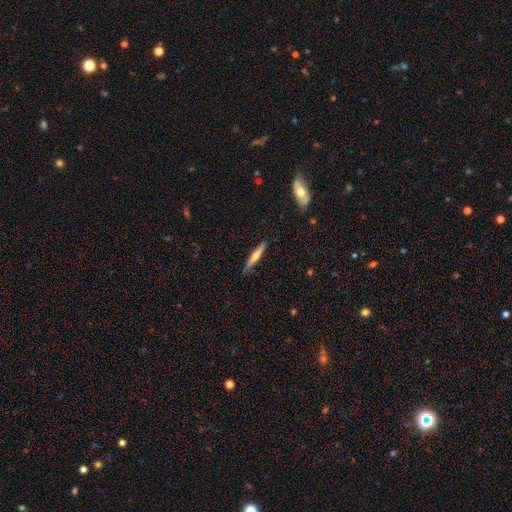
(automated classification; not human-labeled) The model was most divided on "smooth or featured": featured or disk: 50%, smooth: 44%, star or artifact: 6%. More confident: edge-on disk — yes (96%); merging — none (87%).